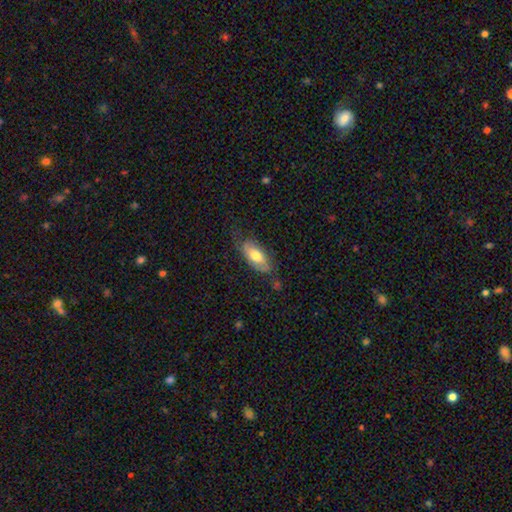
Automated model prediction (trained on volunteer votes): The model was most divided on "smooth or featured": smooth: 60%, featured or disk: 34%, star or artifact: 6%. More confident: how rounded — in between (87%); merging — none (62%).